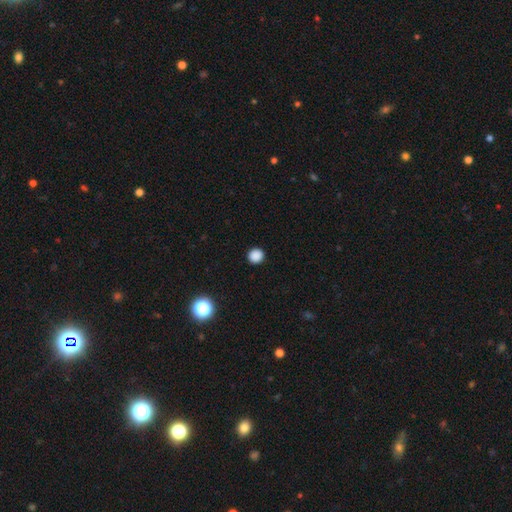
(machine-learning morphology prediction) A smooth galaxy with no disk features (86%) that is round (93%). Merging: none (93%).